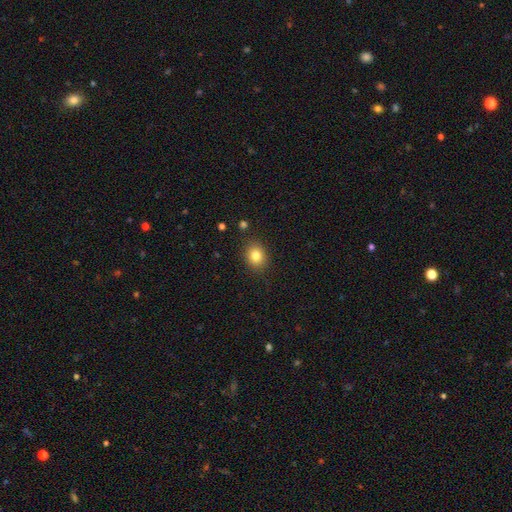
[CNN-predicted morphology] type=smooth (82%); roundness=round (61%); merging=none (87%).